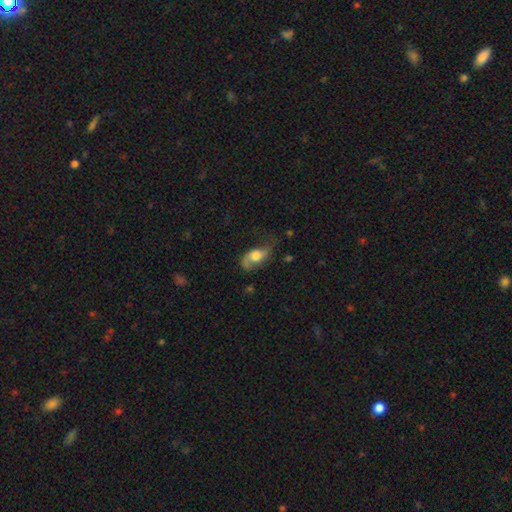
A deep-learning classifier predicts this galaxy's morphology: Smooth or featured? featured or disk (58%)
Edge-on disk? no (91%)
Bar? no (68%)
Spiral arms? yes (86%)
Bulge size? large (44%)
Merging? none (48%)